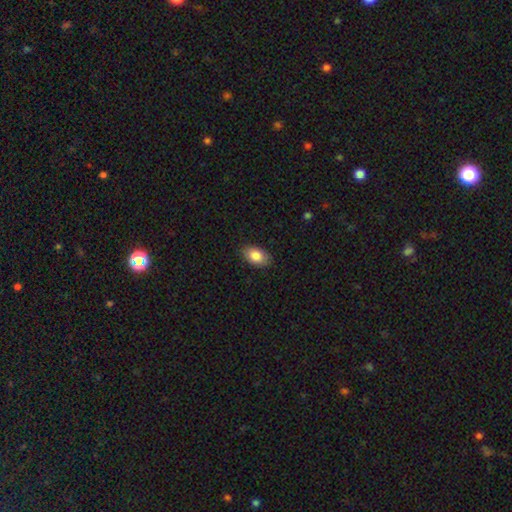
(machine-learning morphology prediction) A smooth galaxy with no disk features (85%) that is in between round and cigar-shaped (92%). Merging: none (86%).